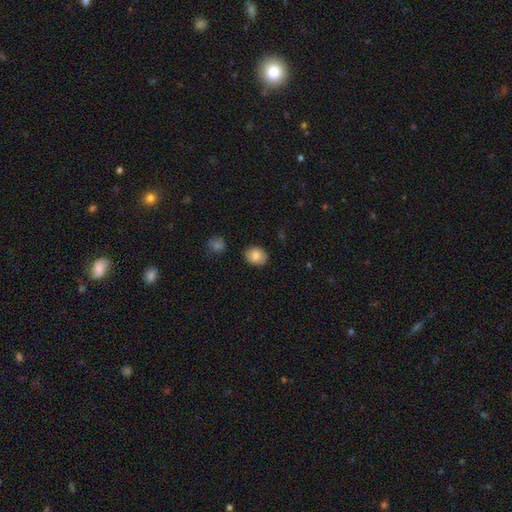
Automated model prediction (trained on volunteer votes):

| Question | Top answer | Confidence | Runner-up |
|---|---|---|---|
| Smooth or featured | smooth | 85% | star or artifact (8%) |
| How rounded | in between | 52% | round (48%) |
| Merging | none | 86% | minor disturbance (10%) |